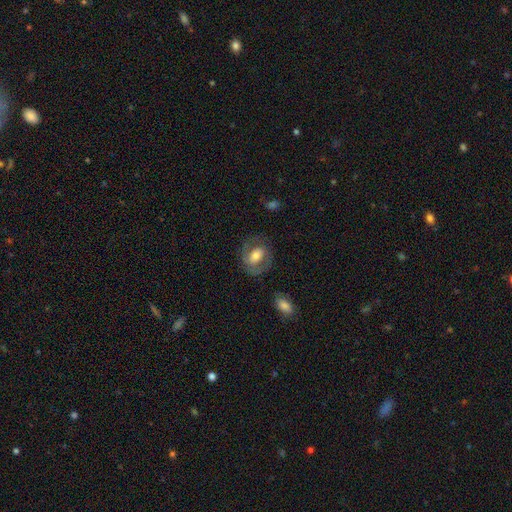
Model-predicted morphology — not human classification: This is possibly a featured or disk galaxy (49%). Merging: likely none (71%).